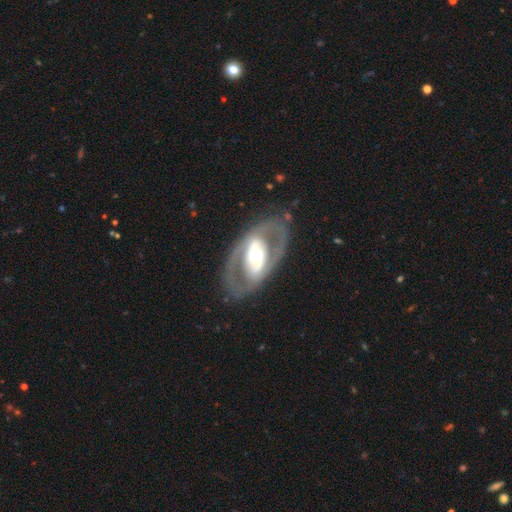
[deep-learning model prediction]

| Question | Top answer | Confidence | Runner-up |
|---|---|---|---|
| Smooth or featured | featured or disk | 78% | smooth (17%) |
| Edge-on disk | no | 93% | yes (7%) |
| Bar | no | 41% | strong (33%) |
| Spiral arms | no | 51% | yes (49%) |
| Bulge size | moderate | 61% | large (28%) |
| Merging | none | 76% | minor disturbance (12%) |